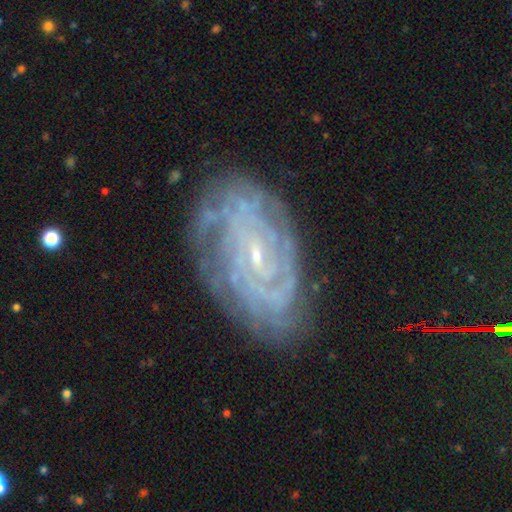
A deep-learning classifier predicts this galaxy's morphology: Smooth or featured?
  - featured or disk: 83% *
  - star or artifact: 9%
  - smooth: 8%
Edge-on disk?
  - no: 95% *
  - yes: 5%
Bar?
  - no: 46% *
  - weak: 39%
  - strong: 15%
Spiral arms?
  - yes: 95% *
  - no: 5%
Spiral winding?
  - tight: 73% *
  - medium: 22%
  - loose: 5%
Spiral arm count?
  - can't tell: 36% *
  - 2: 16%
  - 4: 15%
  - 3: 14%
  - more than 4: 12%
  - 1: 8%
Bulge size?
  - small: 85% *
  - moderate: 10%
  - none: 3%
  - large: 1%
  - dominant: 1%
Merging?
  - none: 78% *
  - minor disturbance: 16%
  - major disturbance: 5%
  - merger: 1%